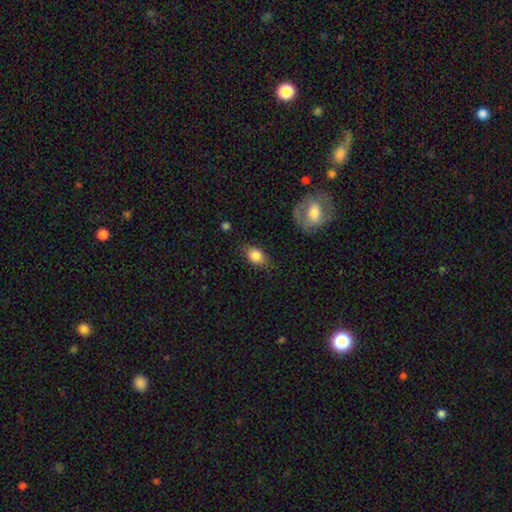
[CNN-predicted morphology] Smooth or featured? smooth (81%)
How rounded? in between (76%)
Merging? none (70%)